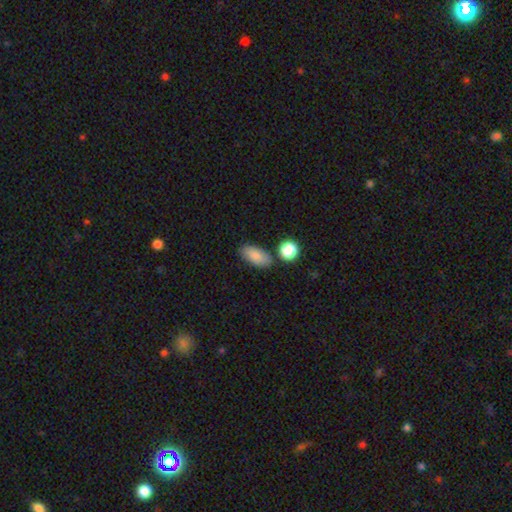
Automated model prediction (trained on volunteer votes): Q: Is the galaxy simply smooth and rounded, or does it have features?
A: smooth — 85%.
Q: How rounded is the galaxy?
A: in between — 90%.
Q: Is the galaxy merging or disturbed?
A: none — 75%.